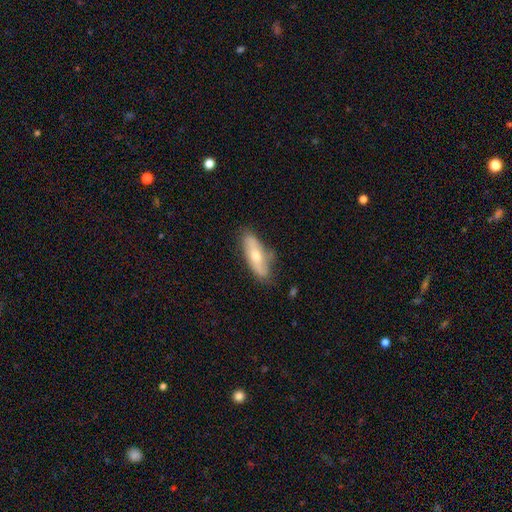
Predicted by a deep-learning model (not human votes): Smooth or featured? smooth (53%)
How rounded? in between (62%)
Merging? none (70%)